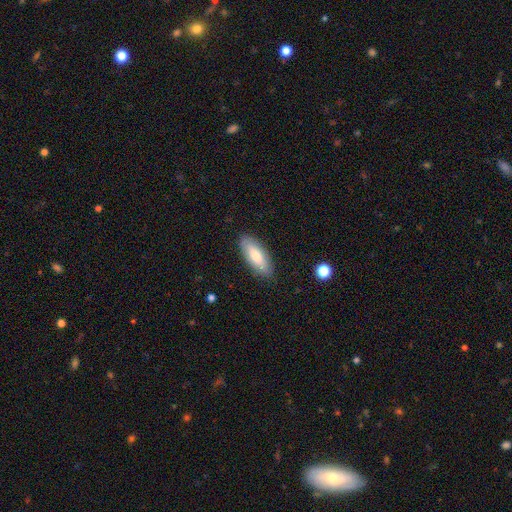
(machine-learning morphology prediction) A smooth galaxy with no disk features (75%) that is in between round and cigar-shaped (74%). Merging: none (87%).